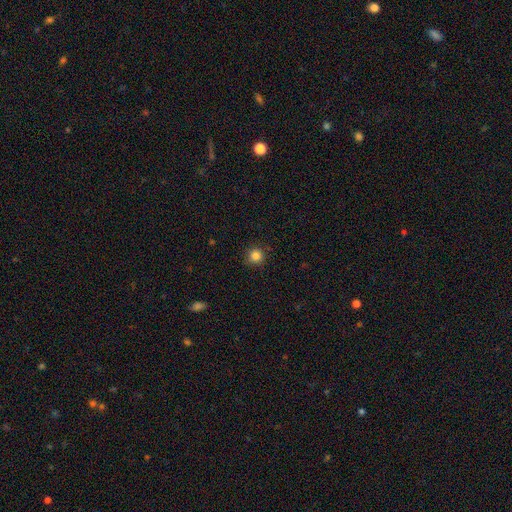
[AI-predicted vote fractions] A smooth galaxy with no disk features (84%) that is round (95%). Merging: none (89%).